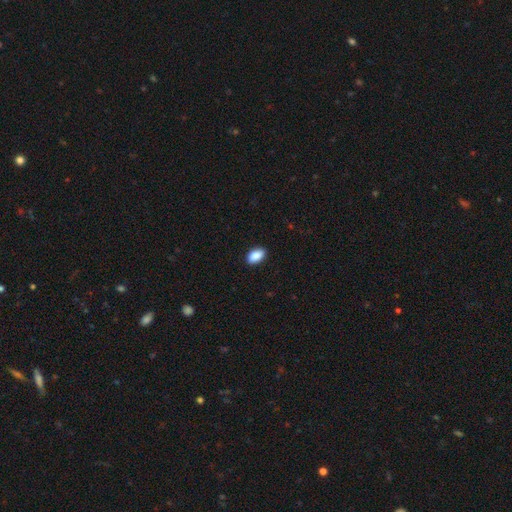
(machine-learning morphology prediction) Q: Smooth or featured?
A: smooth (90%); runner-up: star or artifact (7%)
Q: How rounded?
A: in between (93%); runner-up: round (5%)
Q: Merging?
A: none (90%); runner-up: minor disturbance (8%)